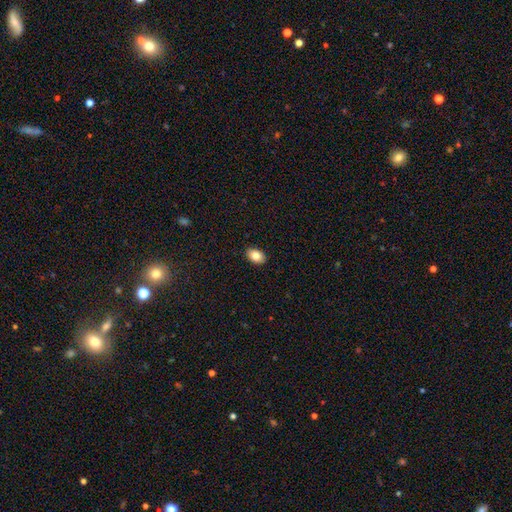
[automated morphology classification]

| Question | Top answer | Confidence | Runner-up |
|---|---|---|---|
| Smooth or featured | smooth | 85% | star or artifact (8%) |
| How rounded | in between | 87% | round (12%) |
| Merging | none | 90% | minor disturbance (7%) |